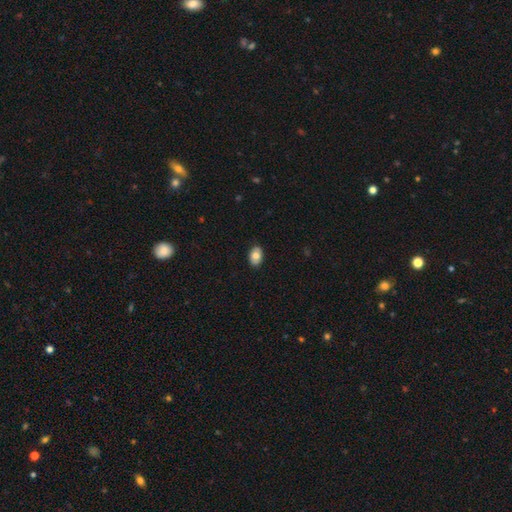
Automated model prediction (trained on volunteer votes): smooth-or-featured: smooth: 75% | featured or disk: 17% | star or artifact: 8%
  how-rounded: in between: 84% | round: 15% | cigar-shaped: 1%
  merging: none: 85% | minor disturbance: 12% | major disturbance: 2% | merger: 1%